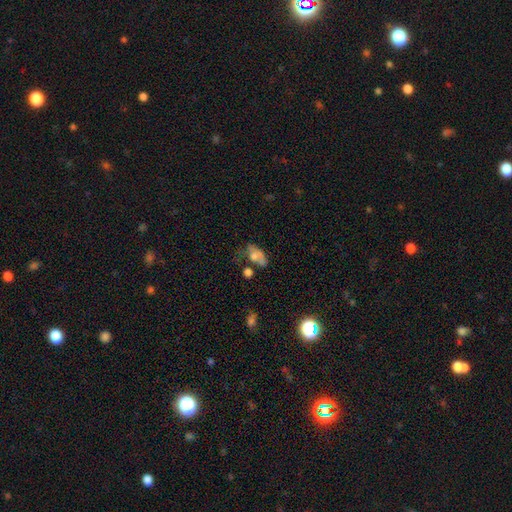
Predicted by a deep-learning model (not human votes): This is likely a smooth galaxy (62%). How rounded: clearly in between (86%). Merging: marginally none (30%).